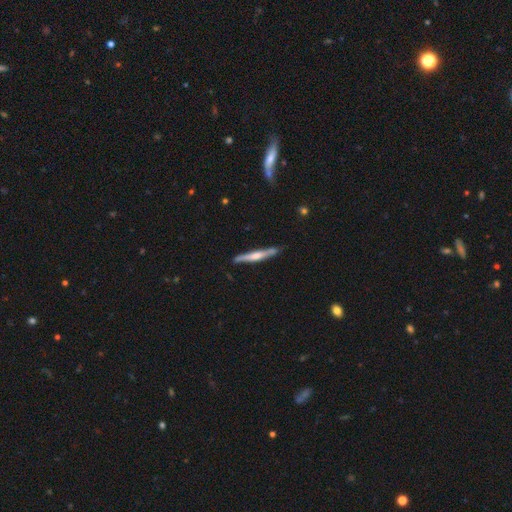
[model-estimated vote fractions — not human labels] smooth-or-featured: featured or disk: 59% | smooth: 37% | star or artifact: 5%
  disk-edge-on: yes: 95% | no: 5%
    edge-on-bulge: rounded: 52% | boxy: 25% | none: 23%
  merging: none: 82% | minor disturbance: 14% | major disturbance: 2% | merger: 2%